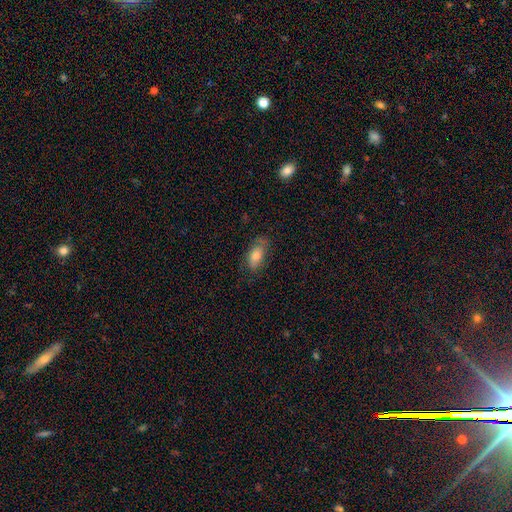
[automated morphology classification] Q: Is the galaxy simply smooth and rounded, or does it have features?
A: smooth — 72%.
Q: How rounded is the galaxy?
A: in between — 84%.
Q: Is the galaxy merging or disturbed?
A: none — 69%.